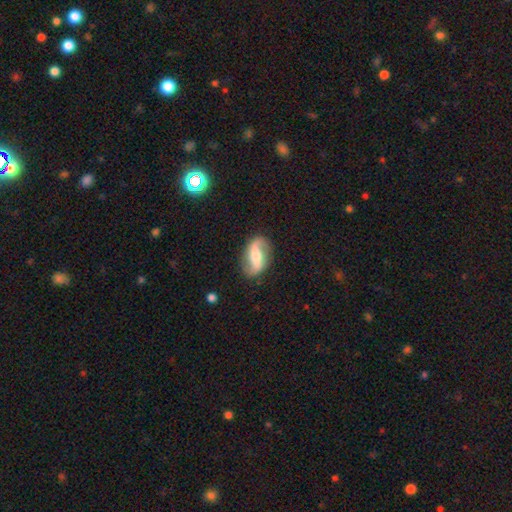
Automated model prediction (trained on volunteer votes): Smooth or featured? Predicted: featured or disk (p=0.77). Edge-on disk? Predicted: no (p=0.94). Bar? Predicted: strong (p=0.50). Spiral arms? Predicted: yes (p=0.90). Spiral winding? Predicted: loose (p=0.69). Spiral arm count? Predicted: 2 (p=0.92). Bulge size? Predicted: moderate (p=0.51). Merging? Predicted: none (p=0.84).